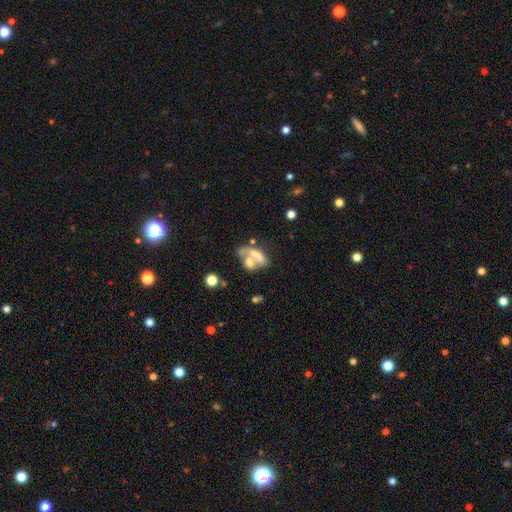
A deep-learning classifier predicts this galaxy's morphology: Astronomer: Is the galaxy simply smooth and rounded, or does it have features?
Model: smooth — 59%.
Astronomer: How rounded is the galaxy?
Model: in between — 76%.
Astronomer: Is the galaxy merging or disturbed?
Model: merger — 53%.